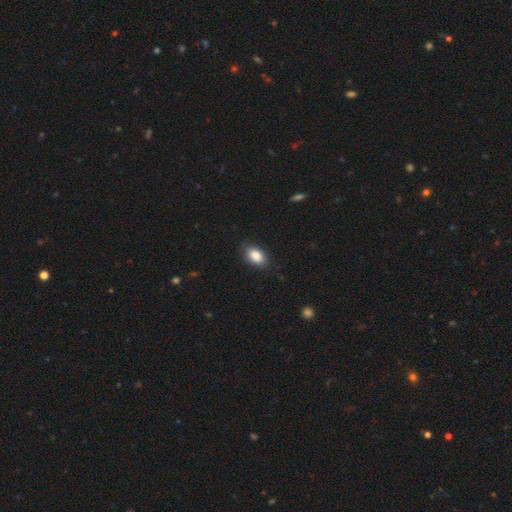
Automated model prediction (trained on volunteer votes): The model was most divided on "merging": none: 84%, minor disturbance: 12%, major disturbance: 2%, merger: 1%. More confident: how rounded — in between (89%); smooth or featured — smooth (88%).